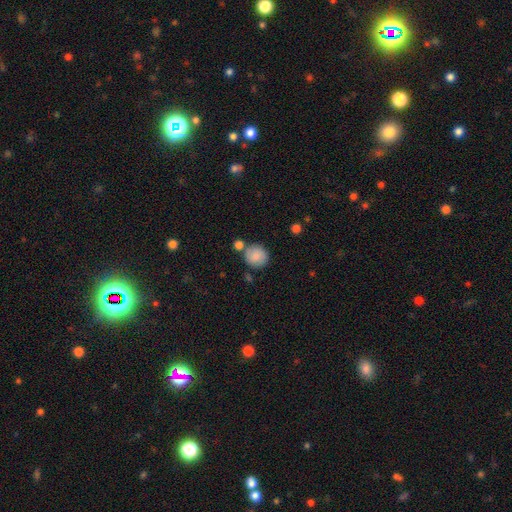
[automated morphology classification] A smooth galaxy with no disk features (86%) that is round (90%).

Vote fractions:
- Smooth or featured? smooth: 86% / star or artifact: 8% / featured or disk: 6%
- How rounded? round: 90% / in between: 9% / cigar-shaped: 1%
- Merging? none: 73% / merger: 13% / minor disturbance: 11% / major disturbance: 3%